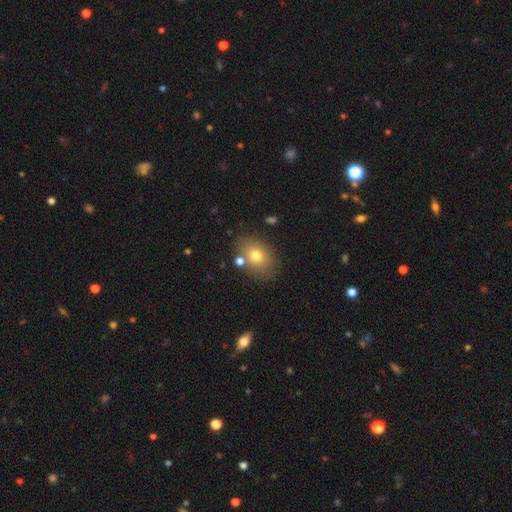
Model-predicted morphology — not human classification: Q: Smooth or featured?
A: smooth (73%); runner-up: featured or disk (16%)
Q: How rounded?
A: in between (70%); runner-up: round (29%)
Q: Merging?
A: none (72%); runner-up: minor disturbance (14%)